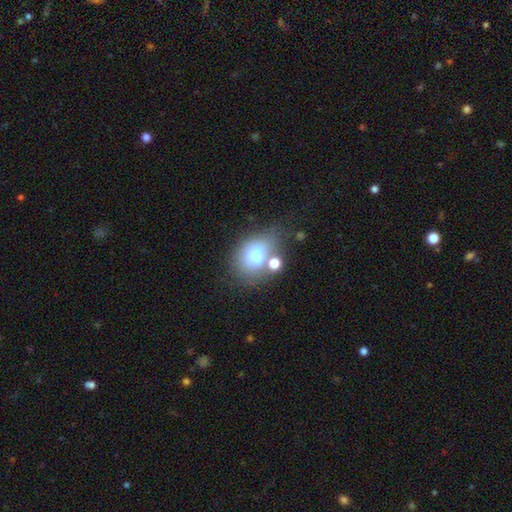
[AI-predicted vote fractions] smooth 69%, featured or disk 19%, star or artifact 12%. Down the decision tree: how rounded — in between (62%); merging — none (40%).